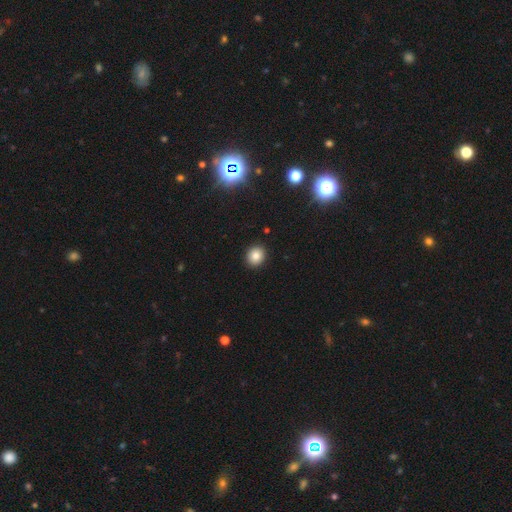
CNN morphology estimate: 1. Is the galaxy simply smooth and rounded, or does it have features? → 82% smooth, 11% star or artifact, 6% featured or disk.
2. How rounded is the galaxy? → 74% round, 25% in between, 1% cigar-shaped.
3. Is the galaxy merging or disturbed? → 91% none, 6% minor disturbance, 2% major disturbance, 1% merger.